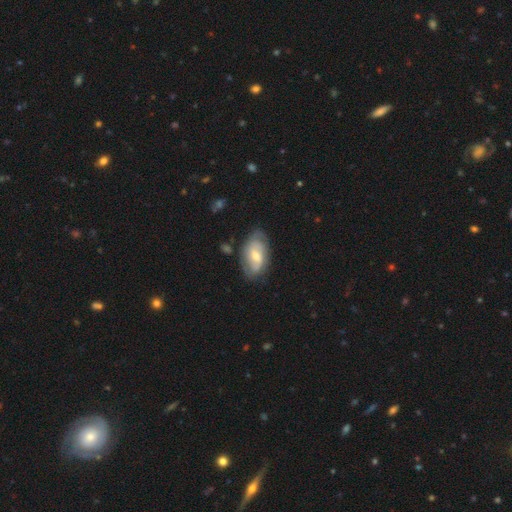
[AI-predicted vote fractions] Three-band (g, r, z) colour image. It shows a featured or disk galaxy (60%) with a weak bar (53%), spiral arms (81%) and a moderate central bulge (56%). Merging: none (69%).